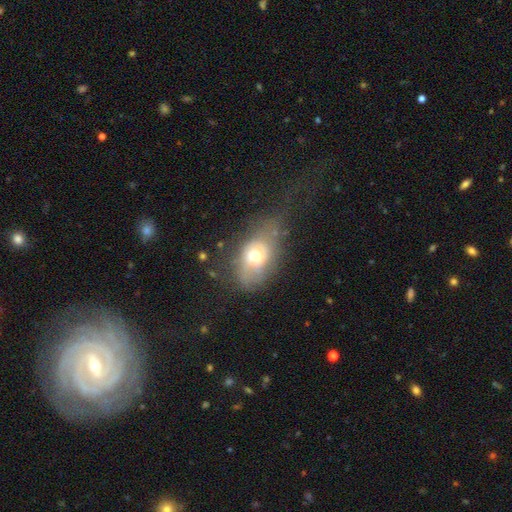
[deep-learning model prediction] Q: Smooth or featured?
A: smooth (55%); runner-up: featured or disk (35%)
Q: How rounded?
A: in between (77%); runner-up: round (21%)
Q: Merging?
A: major disturbance (34%); runner-up: none (32%)